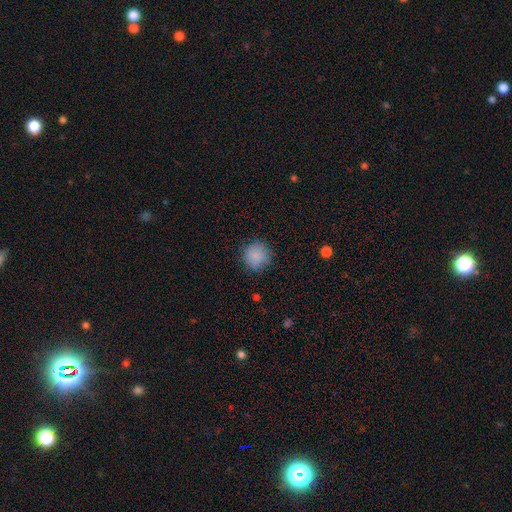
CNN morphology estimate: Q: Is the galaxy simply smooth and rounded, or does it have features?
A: smooth — 87%.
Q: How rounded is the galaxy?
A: round — 92%.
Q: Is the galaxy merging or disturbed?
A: none — 87%.